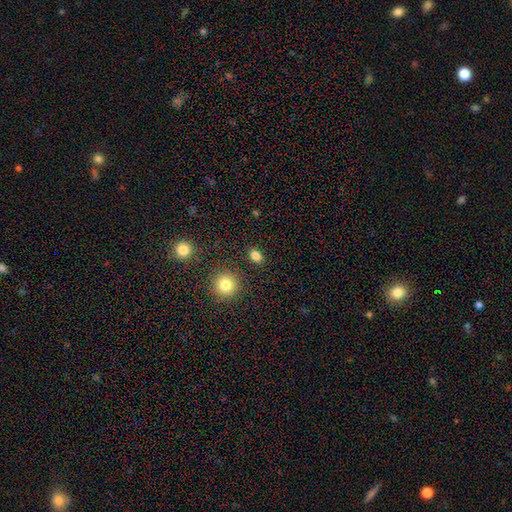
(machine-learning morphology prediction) Smooth or featured?
  - smooth: 83% *
  - star or artifact: 12%
  - featured or disk: 5%
How rounded?
  - in between: 66% *
  - round: 33%
  - cigar-shaped: 1%
Merging?
  - none: 86% *
  - minor disturbance: 8%
  - major disturbance: 3%
  - merger: 3%